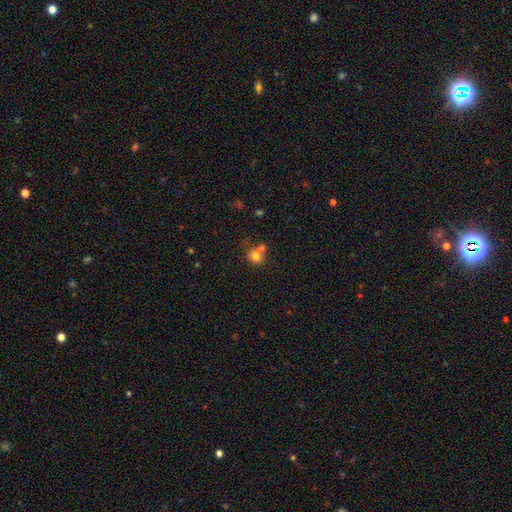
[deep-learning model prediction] This is likely a smooth galaxy (75%). How rounded: likely round (66%). Merging: marginally merger (41%).